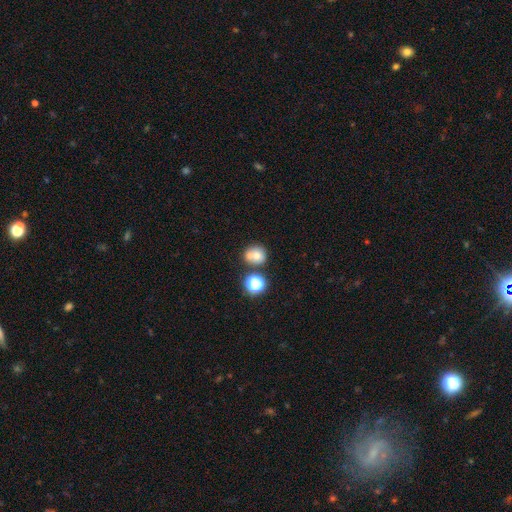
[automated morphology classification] This is likely a smooth galaxy (70%). How rounded: clearly round (81%). Merging: possibly none (47%).